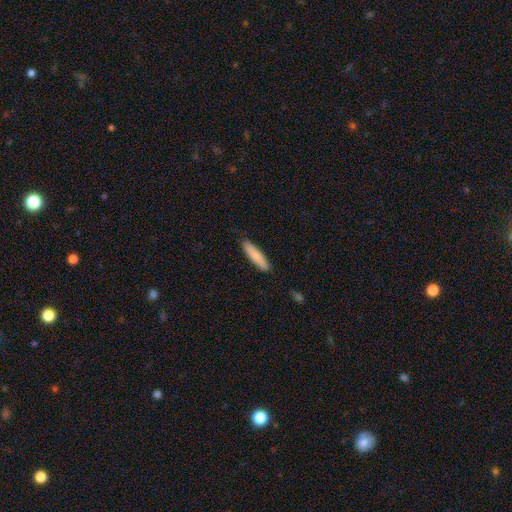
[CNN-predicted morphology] Smooth or featured? Predicted: smooth (p=0.82). How rounded? Predicted: cigar-shaped (p=0.79). Merging? Predicted: none (p=0.88).